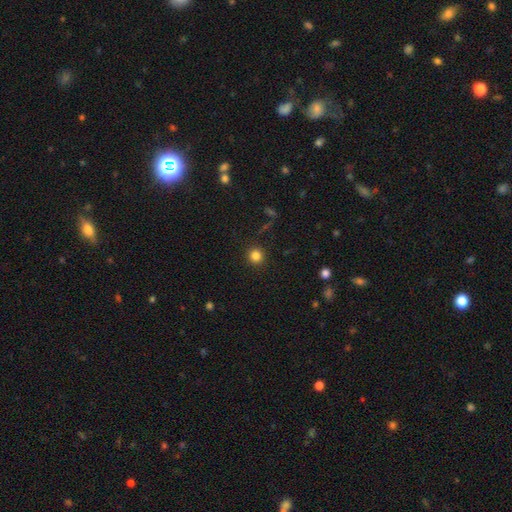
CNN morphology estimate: Smooth or featured?
  - smooth: 83% *
  - star or artifact: 12%
  - featured or disk: 5%
How rounded?
  - round: 94% *
  - in between: 5%
  - cigar-shaped: 1%
Merging?
  - none: 91% *
  - minor disturbance: 5%
  - major disturbance: 2%
  - merger: 1%